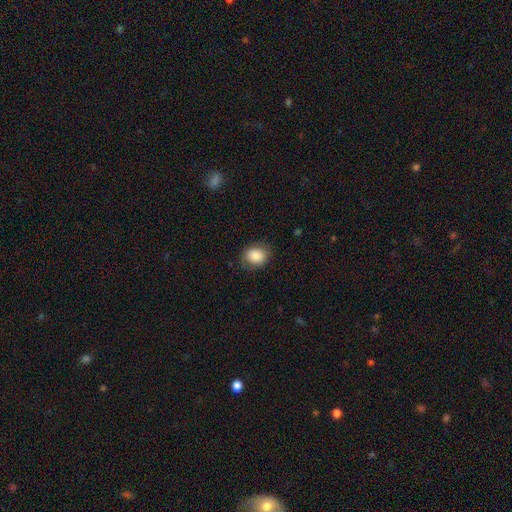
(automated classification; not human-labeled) Overall: smooth (87%). How rounded: round (56%; in between 43%). Merging: none (79%).